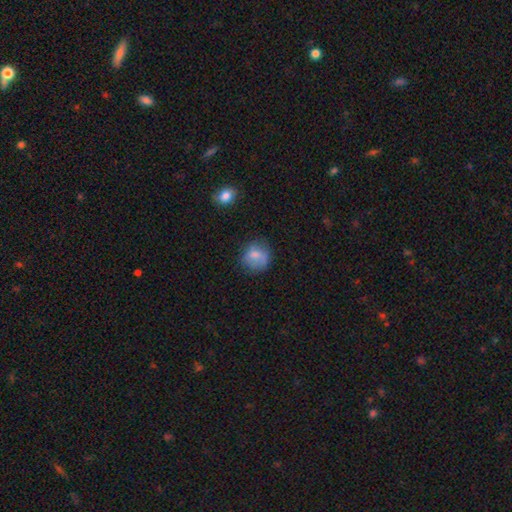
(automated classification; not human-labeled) Q: Smooth or featured?
A: smooth (74%); runner-up: featured or disk (17%)
Q: How rounded?
A: round (80%); runner-up: in between (19%)
Q: Merging?
A: none (62%); runner-up: minor disturbance (24%)